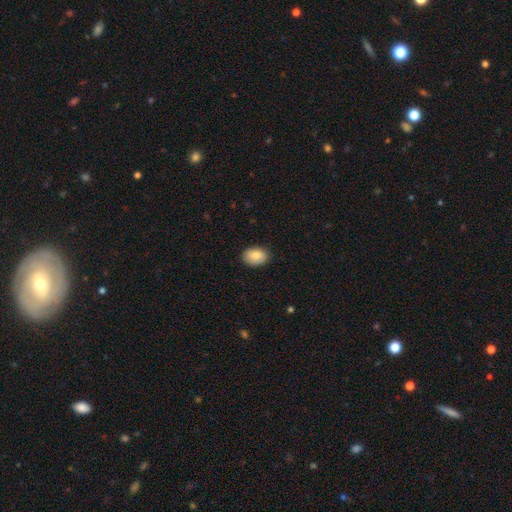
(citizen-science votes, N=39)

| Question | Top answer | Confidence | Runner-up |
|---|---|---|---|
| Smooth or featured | smooth | 90% | featured or disk (5%) |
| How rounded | in between | 94% | round (6%) |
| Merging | none | 92% | minor disturbance (8%) |